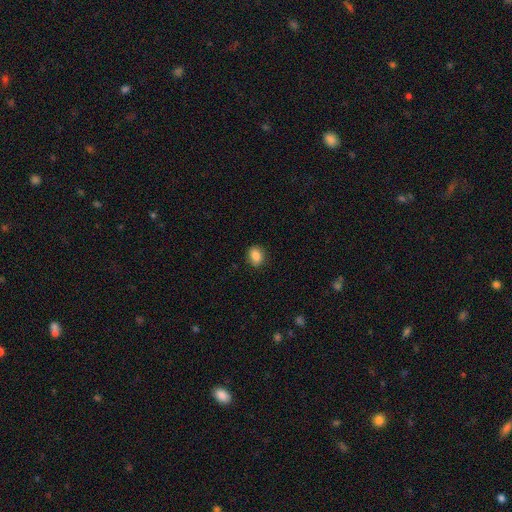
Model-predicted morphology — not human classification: Smooth or featured?
  - smooth: 84% *
  - star or artifact: 9%
  - featured or disk: 7%
How rounded?
  - in between: 53% *
  - round: 46%
  - cigar-shaped: 1%
Merging?
  - none: 86% *
  - minor disturbance: 11%
  - major disturbance: 3%
  - merger: 1%